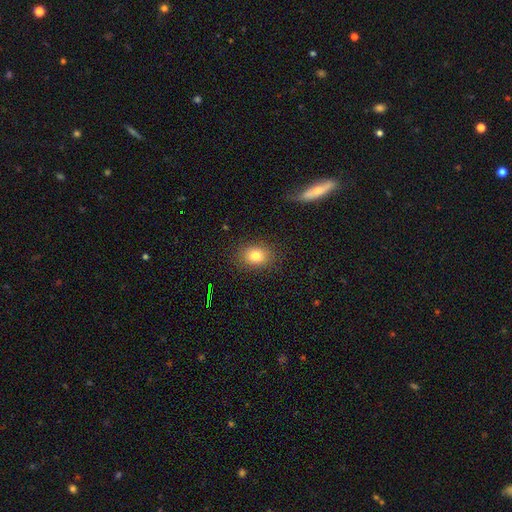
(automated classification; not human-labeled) smooth_or_featured: smooth (p=0.81) [alt: star or artifact p=0.11]
how_rounded: in between (p=0.62) [alt: round p=0.37]
merging: none (p=0.86) [alt: minor disturbance p=0.10]